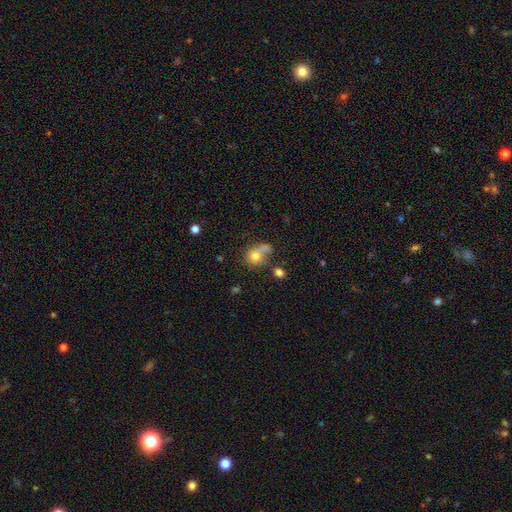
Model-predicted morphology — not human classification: smooth_or_featured: smooth (p=0.73) [alt: featured or disk p=0.15]
how_rounded: round (p=0.66) [alt: in between p=0.32]
merging: none (p=0.34) [alt: merger p=0.30]